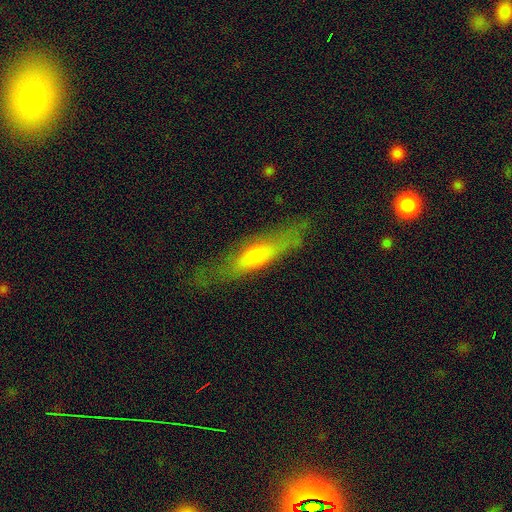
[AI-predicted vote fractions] The model was most divided on "smooth or featured": featured or disk: 50%, smooth: 42%, star or artifact: 8%. More confident: merging — none (74%); edge-on disk — yes (70%).